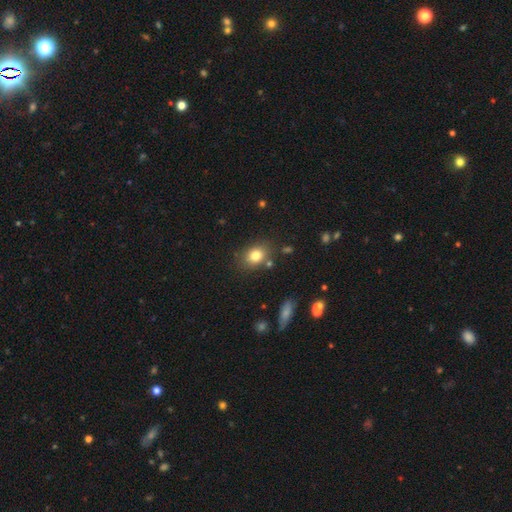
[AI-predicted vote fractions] Smooth or featured: smooth — 80% (star or artifact — 11%)
How rounded: in between — 56% (round — 43%)
Merging: none — 79% (minor disturbance — 12%)